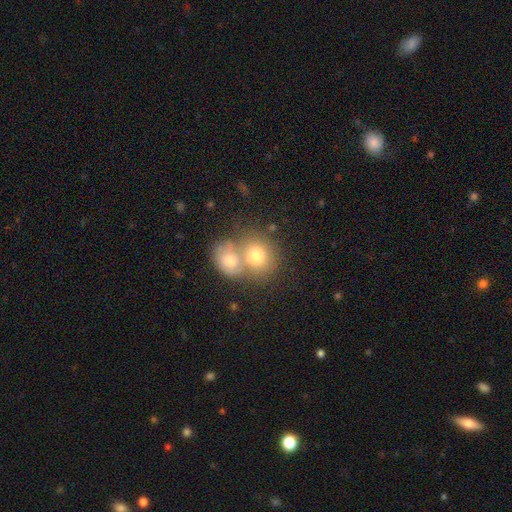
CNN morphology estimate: smooth 73%, featured or disk 17%, star or artifact 10%. Down the decision tree: how rounded — round (70%); merging — merger (58%).